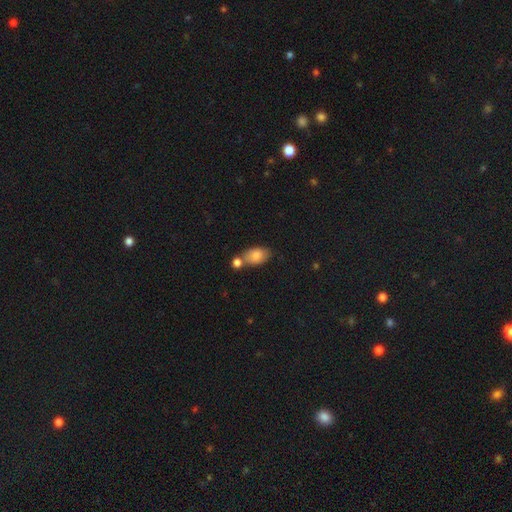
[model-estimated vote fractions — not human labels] A smooth galaxy with no disk features (82%) that is in between round and cigar-shaped (89%).

Vote fractions:
- Smooth or featured? smooth: 82% / featured or disk: 11% / star or artifact: 7%
- How rounded? in between: 89% / round: 9% / cigar-shaped: 2%
- Merging? none: 50% / merger: 30% / minor disturbance: 15% / major disturbance: 4%